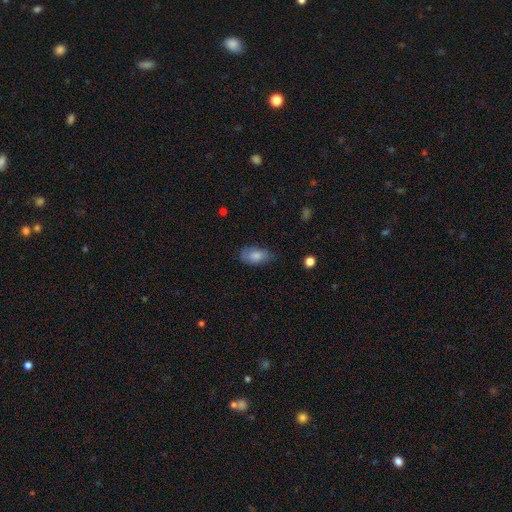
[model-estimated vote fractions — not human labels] smooth_or_featured: smooth (p=0.79) [alt: featured or disk p=0.14]
how_rounded: in between (p=0.92) [alt: round p=0.04]
merging: none (p=0.70) [alt: minor disturbance p=0.23]